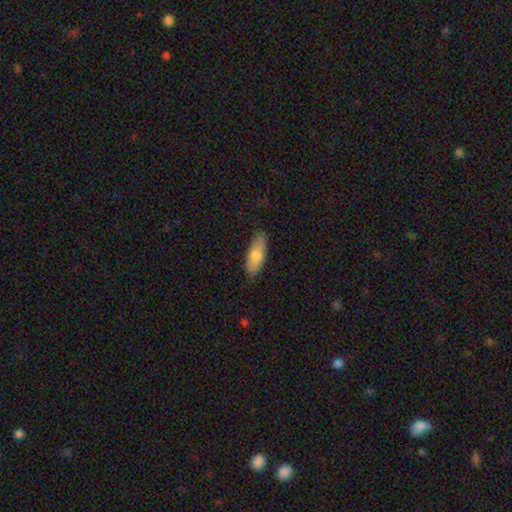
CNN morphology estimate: Smooth or featured?
  - smooth: 75% *
  - featured or disk: 19%
  - star or artifact: 6%
How rounded?
  - in between: 65% *
  - cigar-shaped: 33%
  - round: 2%
Merging?
  - none: 83% *
  - minor disturbance: 13%
  - major disturbance: 2%
  - merger: 1%